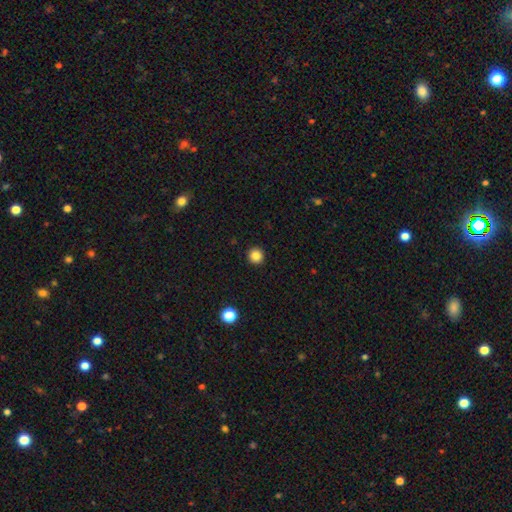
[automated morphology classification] This appears to be a smooth galaxy with no disk features (84%) that is round (96%). Merging: none (93%).